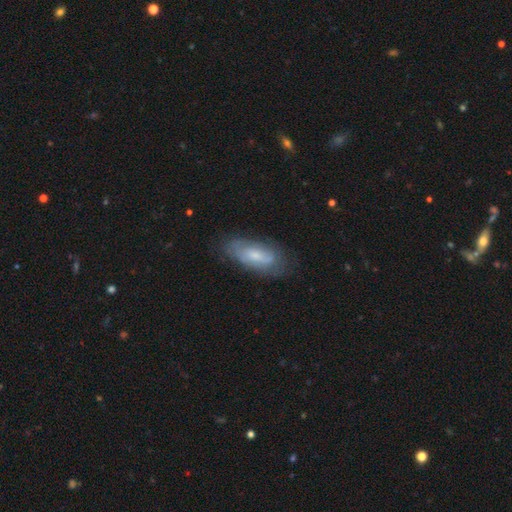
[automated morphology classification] The model was most divided on "smooth or featured": smooth: 48%, featured or disk: 44%, star or artifact: 7%. More confident: merging — none (69%).